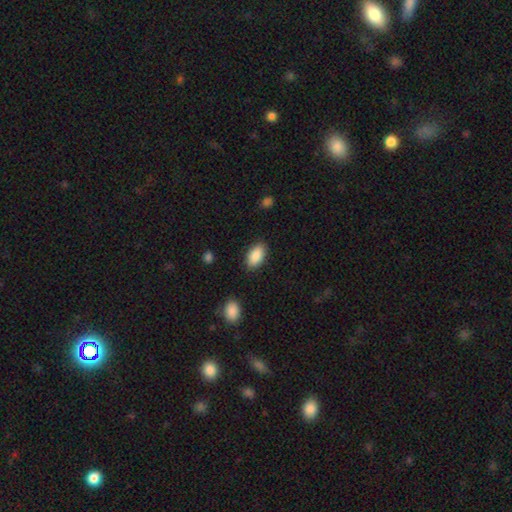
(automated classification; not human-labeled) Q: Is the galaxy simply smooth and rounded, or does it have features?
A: smooth — 89%.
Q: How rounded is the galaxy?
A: in between — 94%.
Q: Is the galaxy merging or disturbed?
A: none — 87%.